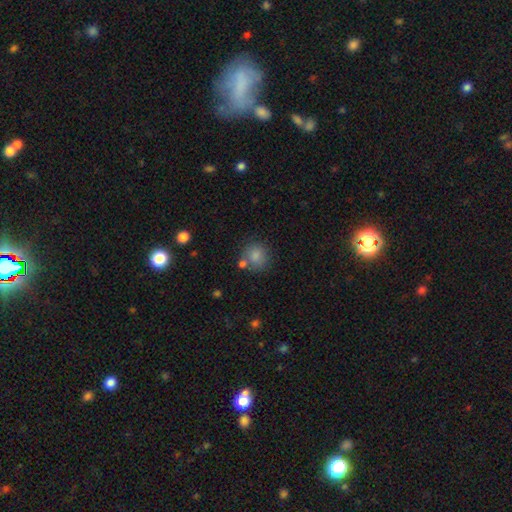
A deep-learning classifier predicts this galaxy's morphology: type=smooth (83%); roundness=round (82%); merging=none (66%).